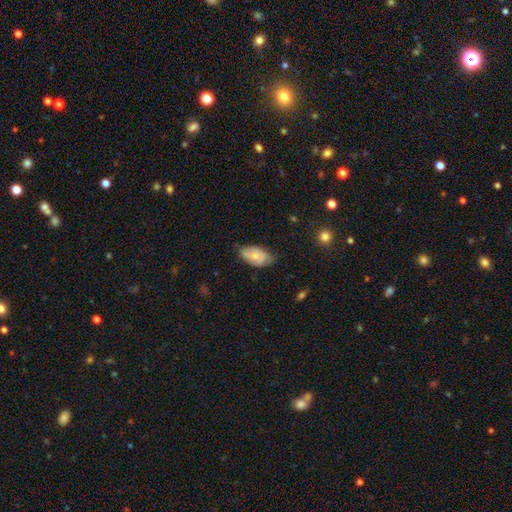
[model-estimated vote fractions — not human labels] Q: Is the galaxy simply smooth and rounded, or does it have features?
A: smooth — 62%.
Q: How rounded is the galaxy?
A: in between — 93%.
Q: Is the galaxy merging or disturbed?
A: none — 60%.